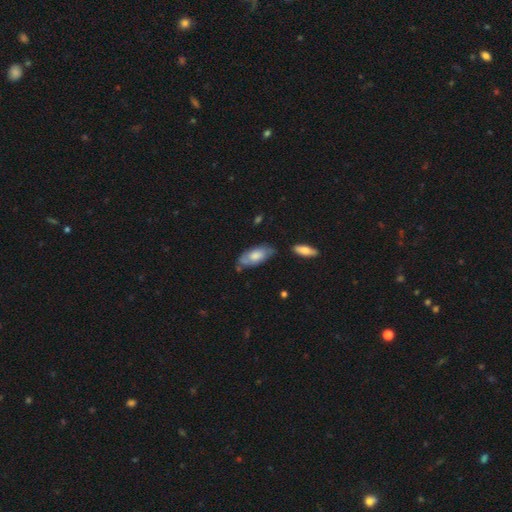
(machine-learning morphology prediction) Q: Smooth or featured?
A: smooth (64%); runner-up: featured or disk (30%)
Q: How rounded?
A: in between (86%); runner-up: cigar-shaped (12%)
Q: Merging?
A: none (62%); runner-up: minor disturbance (26%)